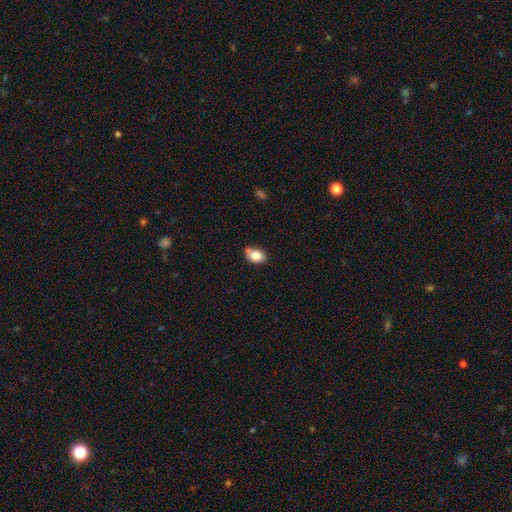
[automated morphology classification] smooth-or-featured: smooth: 81% | featured or disk: 11% | star or artifact: 9%
  how-rounded: in between: 80% | round: 19% | cigar-shaped: 1%
  merging: none: 64% | minor disturbance: 22% | merger: 11% | major disturbance: 4%